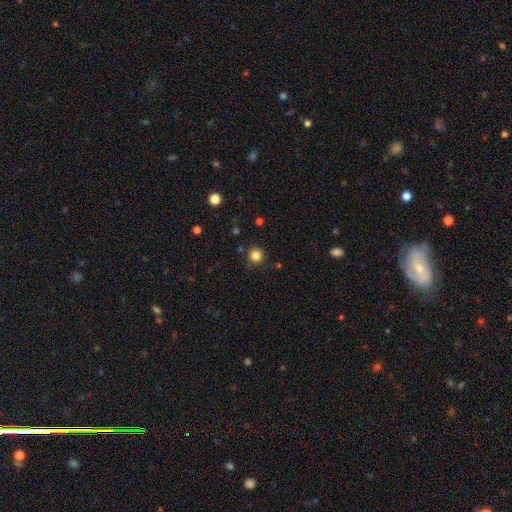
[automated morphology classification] A smooth galaxy with no disk features (83%) that is round (93%). Merging: none (88%).